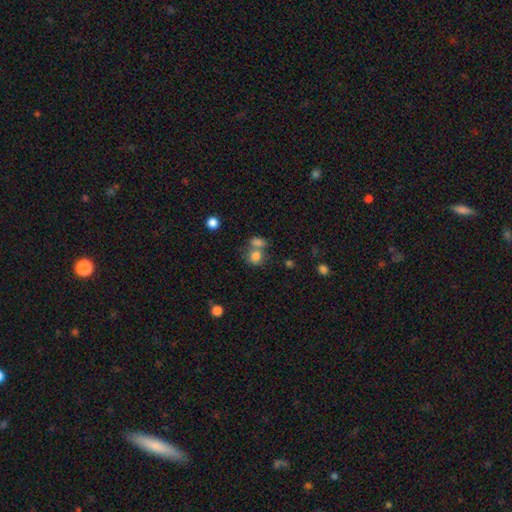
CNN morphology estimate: The model was most divided on "merging": merger: 45%, none: 40%, minor disturbance: 10%, major disturbance: 6%. More confident: smooth or featured — smooth (78%); how rounded — round (67%).